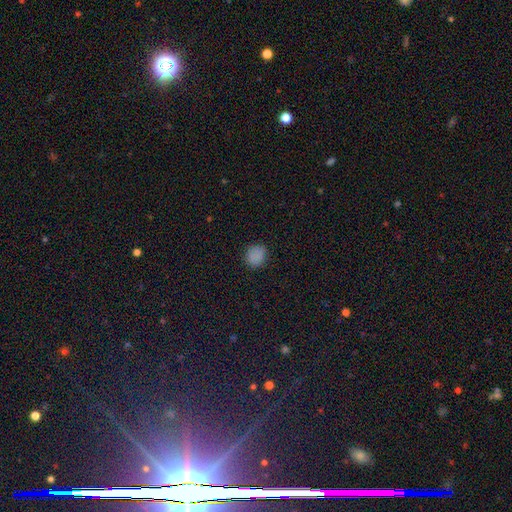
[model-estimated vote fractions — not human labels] smooth_or_featured: smooth (p=0.84) [alt: star or artifact p=0.13]
how_rounded: round (p=0.72) [alt: in between p=0.27]
merging: none (p=0.86) [alt: minor disturbance p=0.10]